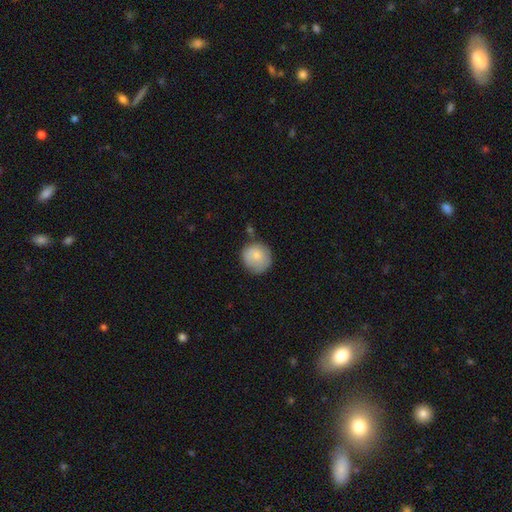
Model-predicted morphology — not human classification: Overall: smooth (80%). How rounded: round (89%). Merging: none (67%).